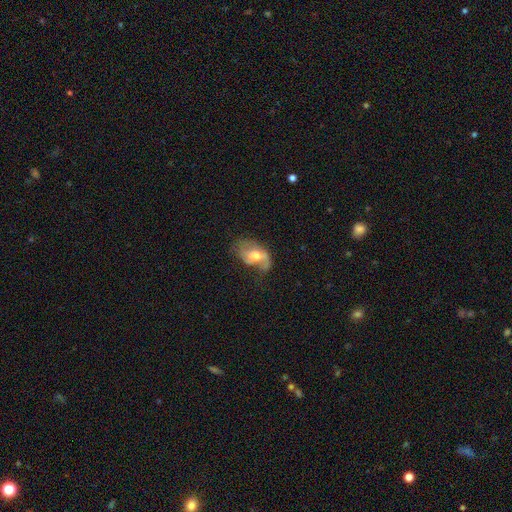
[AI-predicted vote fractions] A featured or disk galaxy (51%). Merging: none (35%).